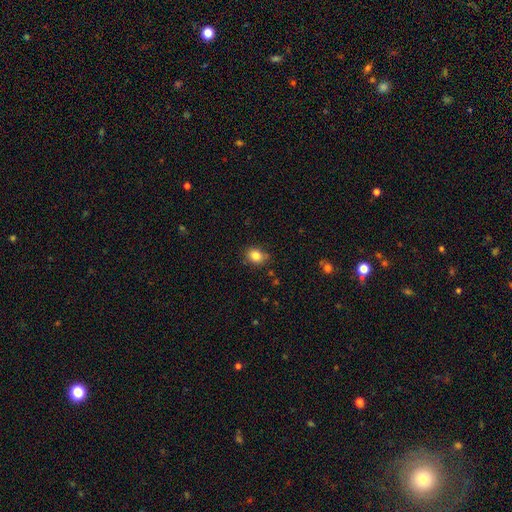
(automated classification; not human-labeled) smooth-or-featured: smooth: 83% | star or artifact: 10% | featured or disk: 6%
  how-rounded: round: 54% | in between: 45% | cigar-shaped: 1%
  merging: none: 77% | minor disturbance: 17% | major disturbance: 3% | merger: 2%